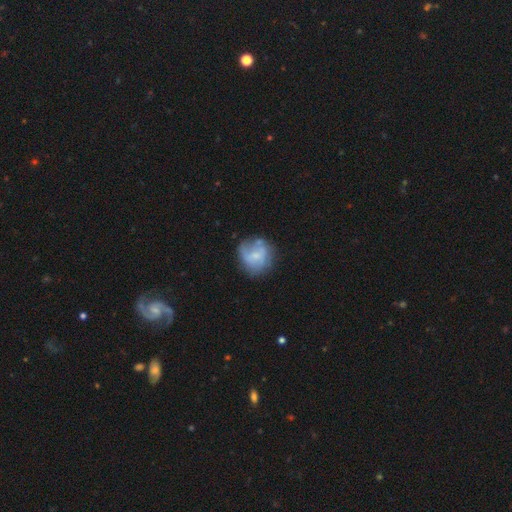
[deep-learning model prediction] Smooth or featured? featured or disk (47%)
Merging? none (55%)